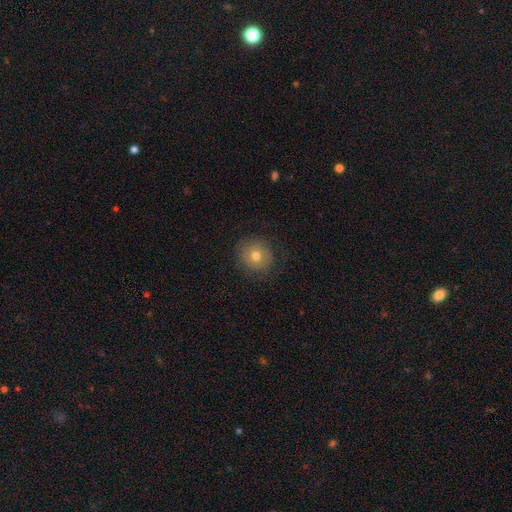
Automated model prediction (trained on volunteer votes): Q: Smooth or featured?
A: smooth (69%); runner-up: featured or disk (20%)
Q: How rounded?
A: round (91%); runner-up: in between (8%)
Q: Merging?
A: none (82%); runner-up: minor disturbance (12%)